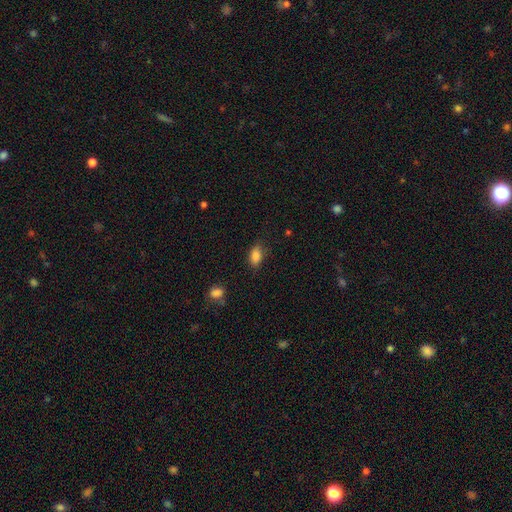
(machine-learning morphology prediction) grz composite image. It shows a smooth galaxy with no disk features (86%) that is in between round and cigar-shaped (89%). Merging: none (78%).